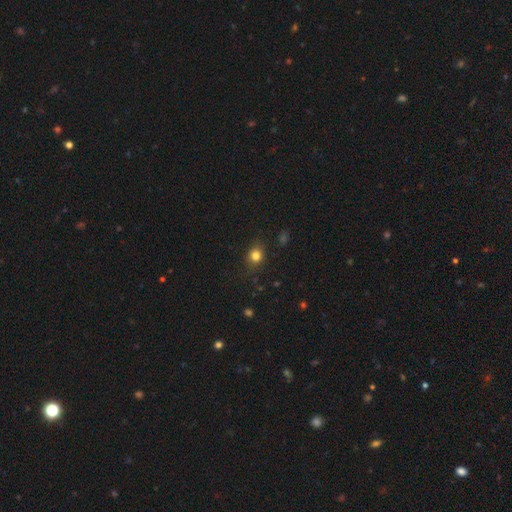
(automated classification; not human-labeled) Q: Smooth or featured?
A: smooth (81%); runner-up: star or artifact (13%)
Q: How rounded?
A: round (69%); runner-up: in between (30%)
Q: Merging?
A: none (82%); runner-up: minor disturbance (13%)